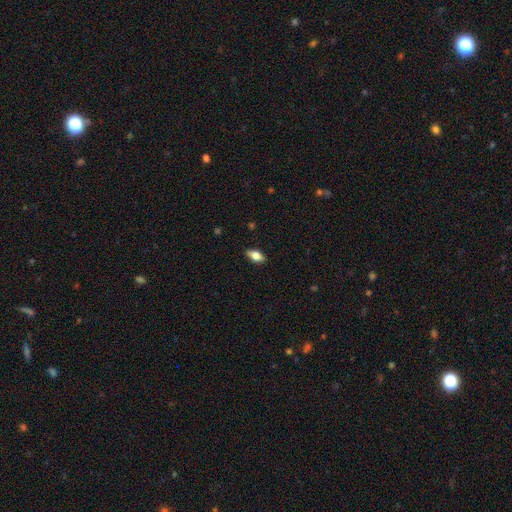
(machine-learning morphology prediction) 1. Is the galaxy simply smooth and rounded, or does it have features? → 73% smooth, 20% featured or disk, 7% star or artifact.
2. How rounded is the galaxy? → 87% in between, 8% cigar-shaped, 5% round.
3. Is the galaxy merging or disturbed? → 86% none, 11% minor disturbance, 2% major disturbance, 1% merger.